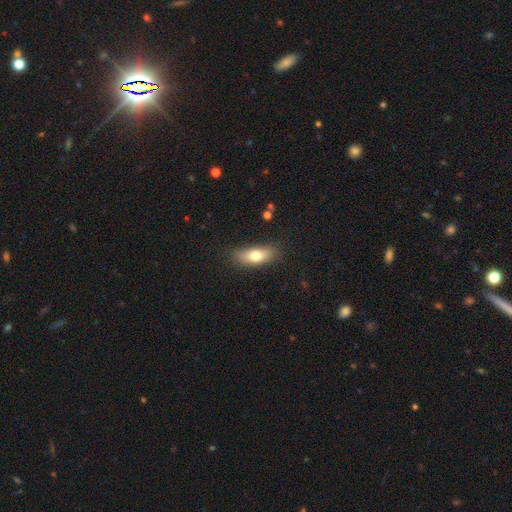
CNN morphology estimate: smooth-or-featured: smooth: 75% | featured or disk: 18% | star or artifact: 8%
  how-rounded: in between: 74% | cigar-shaped: 21% | round: 4%
  merging: none: 80% | minor disturbance: 15% | major disturbance: 4% | merger: 2%